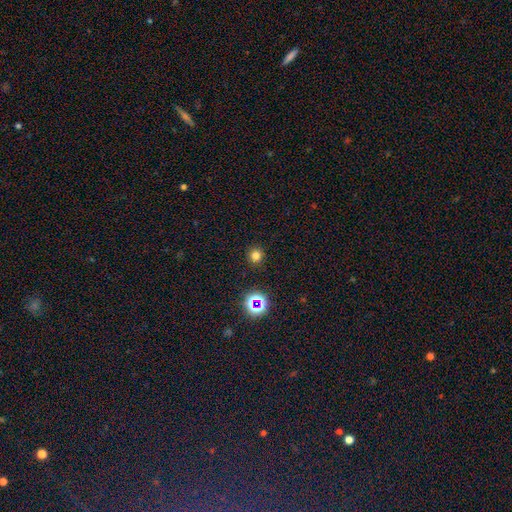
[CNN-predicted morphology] Q: Smooth or featured?
A: smooth (74%); runner-up: star or artifact (20%)
Q: How rounded?
A: round (92%); runner-up: in between (7%)
Q: Merging?
A: none (91%); runner-up: minor disturbance (6%)